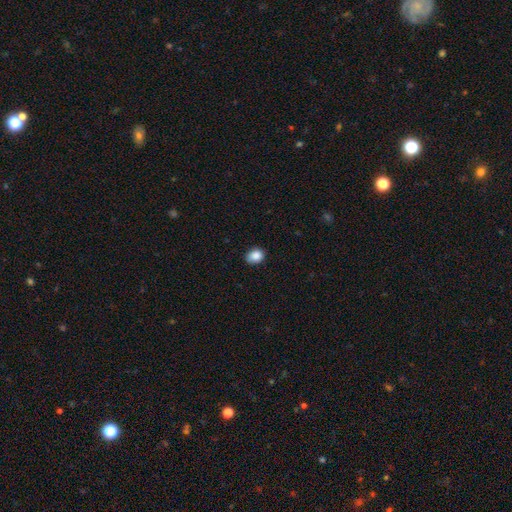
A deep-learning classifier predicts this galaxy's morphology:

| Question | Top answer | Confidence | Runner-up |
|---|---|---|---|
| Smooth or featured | smooth | 87% | star or artifact (9%) |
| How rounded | in between | 57% | round (42%) |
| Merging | none | 81% | minor disturbance (15%) |